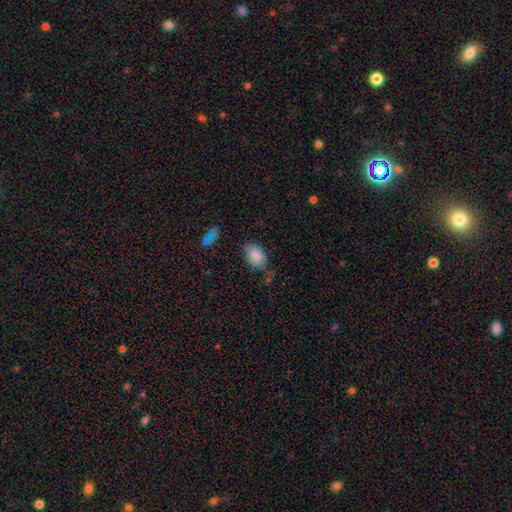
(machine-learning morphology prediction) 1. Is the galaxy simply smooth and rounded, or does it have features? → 83% smooth, 10% featured or disk, 8% star or artifact.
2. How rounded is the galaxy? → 90% in between, 9% round, 2% cigar-shaped.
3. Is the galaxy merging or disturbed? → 56% none, 30% minor disturbance, 10% major disturbance, 5% merger.